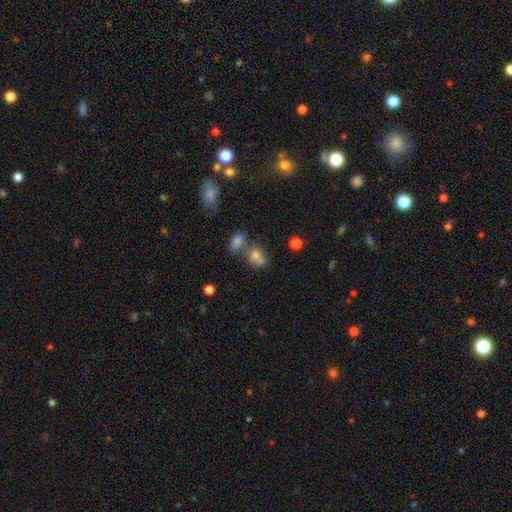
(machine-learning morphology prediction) smooth 60%, star or artifact 26%, featured or disk 13%. Down the decision tree: how rounded — round (54%); merging — none (45%).